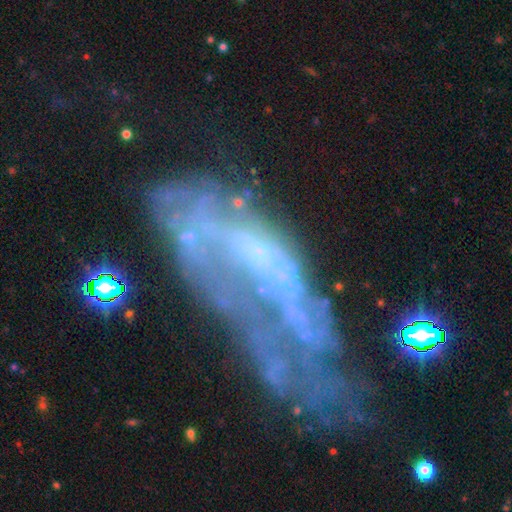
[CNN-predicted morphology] Smooth or featured? Predicted: featured or disk (p=0.69). Edge-on disk? Predicted: no (p=0.89). Bar? Predicted: no (p=0.76). Spiral arms? Predicted: no (p=0.64). Bulge size? Predicted: none (p=0.43, tied with small). Merging? Predicted: major disturbance (p=0.38).